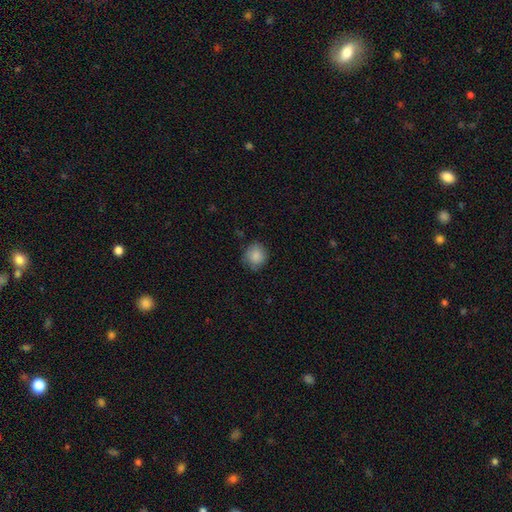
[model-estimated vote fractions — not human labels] Morphology: type=smooth (86%); roundness=round (87%); merging=none (80%).